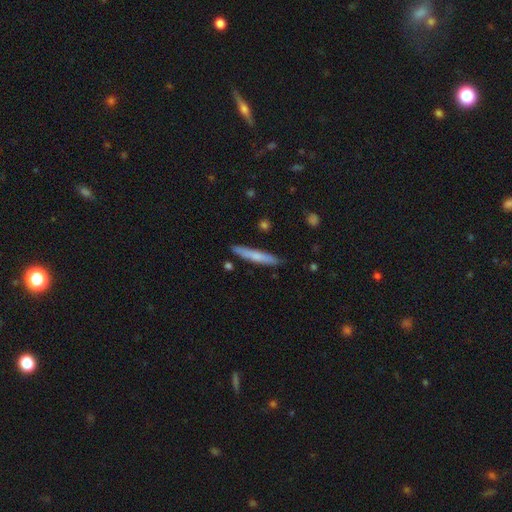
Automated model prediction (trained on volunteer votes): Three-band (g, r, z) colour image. It shows a smooth galaxy with no disk features (65%) that is cigar-shaped (94%). Merging: none (87%).